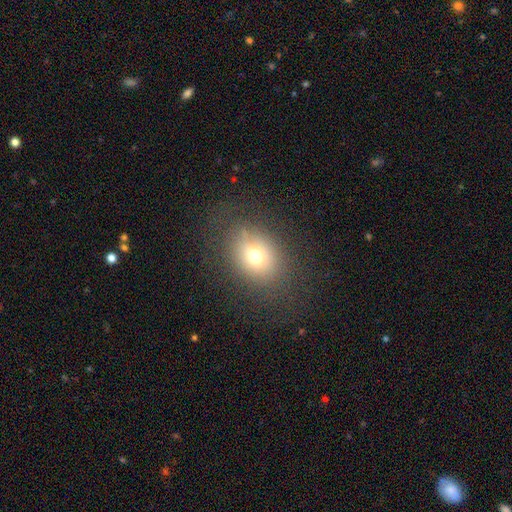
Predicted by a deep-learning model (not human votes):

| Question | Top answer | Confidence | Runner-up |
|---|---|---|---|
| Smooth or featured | smooth | 67% | featured or disk (17%) |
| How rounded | in between | 51% | round (48%) |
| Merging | none | 74% | minor disturbance (15%) |